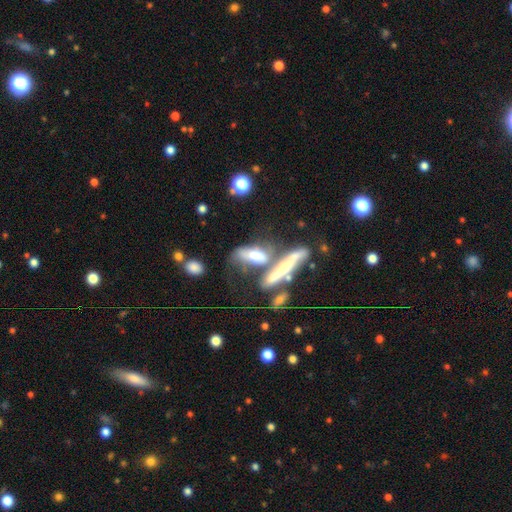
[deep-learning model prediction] Smooth or featured? smooth (49%)
Merging? merger (51%)